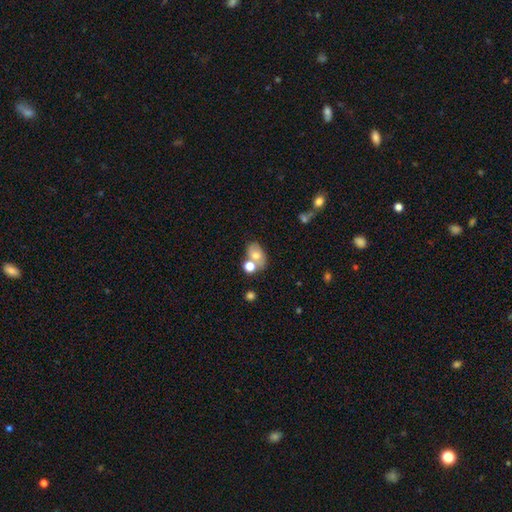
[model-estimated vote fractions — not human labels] Q: Smooth or featured?
A: smooth (64%); runner-up: featured or disk (25%)
Q: How rounded?
A: in between (75%); runner-up: round (23%)
Q: Merging?
A: none (44%); runner-up: merger (35%)